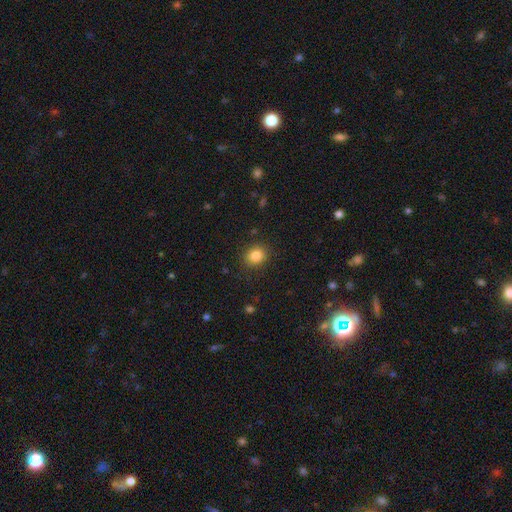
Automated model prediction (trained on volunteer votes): The model was most divided on "how rounded": round: 70%, in between: 29%, cigar-shaped: 1%. More confident: merging — none (88%); smooth or featured — smooth (84%).